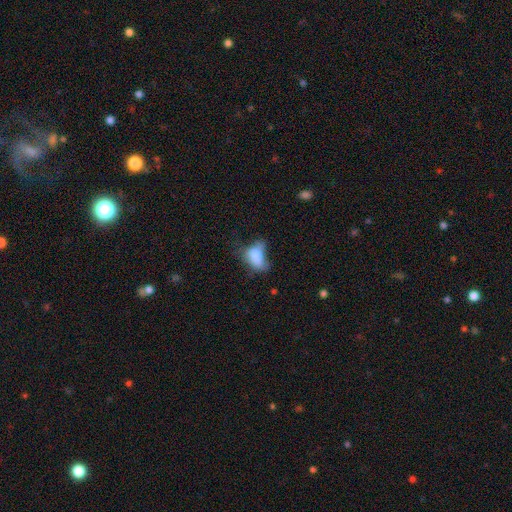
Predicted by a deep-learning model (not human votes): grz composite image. It shows a smooth galaxy with no disk features (73%) that is in between round and cigar-shaped (87%). Merging: major disturbance (36%).